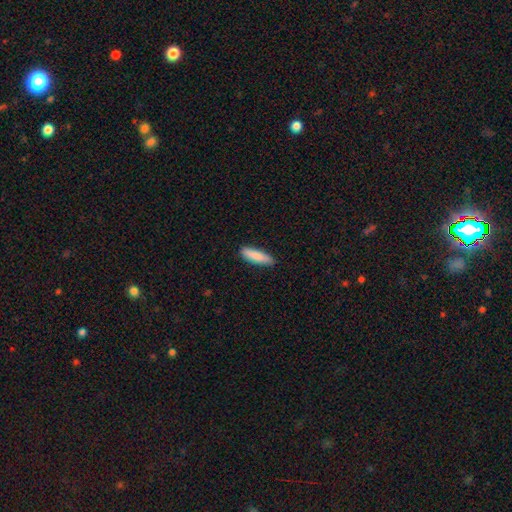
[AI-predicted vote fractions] smooth-or-featured: smooth: 86% | featured or disk: 8% | star or artifact: 6%
  how-rounded: cigar-shaped: 72% | in between: 27% | round: 1%
  merging: none: 87% | minor disturbance: 11% | major disturbance: 2% | merger: 1%